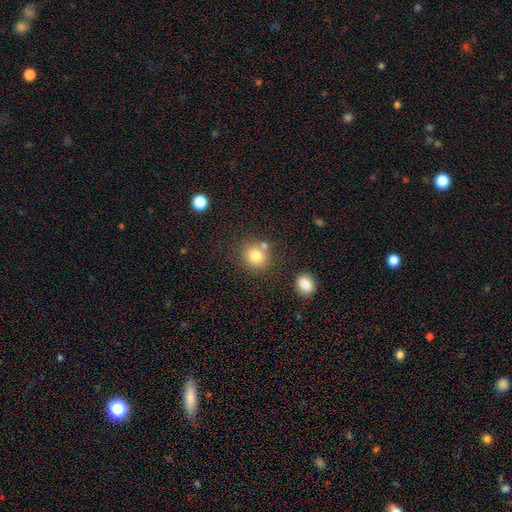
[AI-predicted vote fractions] Q: Smooth or featured?
A: smooth (80%); runner-up: star or artifact (11%)
Q: How rounded?
A: round (85%); runner-up: in between (15%)
Q: Merging?
A: none (69%); runner-up: merger (17%)